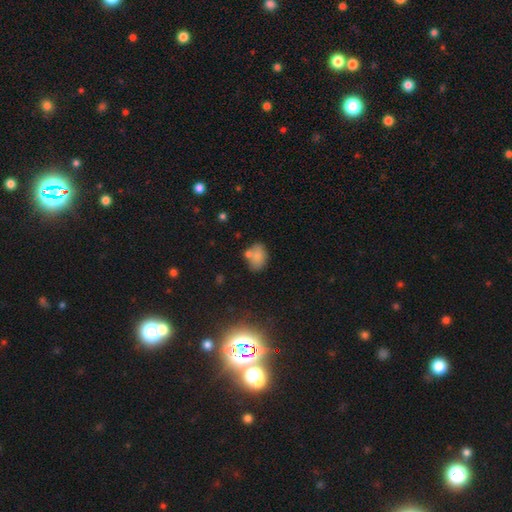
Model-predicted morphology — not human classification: smooth_or_featured: smooth (p=0.78) [alt: featured or disk p=0.12]
how_rounded: in between (p=0.78) [alt: round p=0.21]
merging: none (p=0.59) [alt: merger p=0.19]